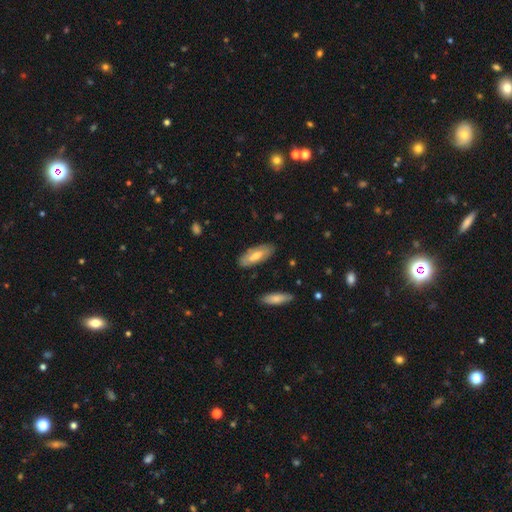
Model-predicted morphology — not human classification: Overall: smooth (57%; featured or disk 37%). How rounded: in between (74%). Merging: none (83%).